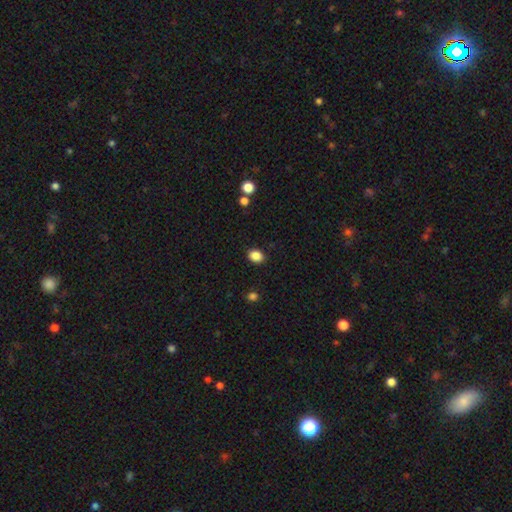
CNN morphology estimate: Smooth or featured?
  - smooth: 87% *
  - star or artifact: 9%
  - featured or disk: 3%
How rounded?
  - in between: 68% *
  - round: 31%
  - cigar-shaped: 1%
Merging?
  - none: 88% *
  - minor disturbance: 8%
  - major disturbance: 2%
  - merger: 1%